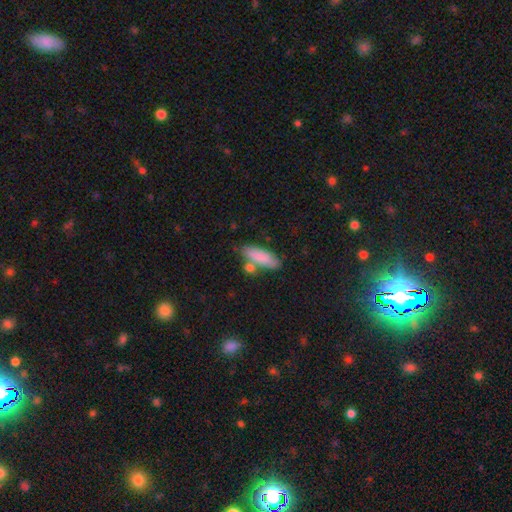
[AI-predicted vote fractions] Smooth or featured: smooth — 82% (featured or disk — 11%)
How rounded: cigar-shaped — 52% (in between — 46%)
Merging: none — 68% (minor disturbance — 16%)